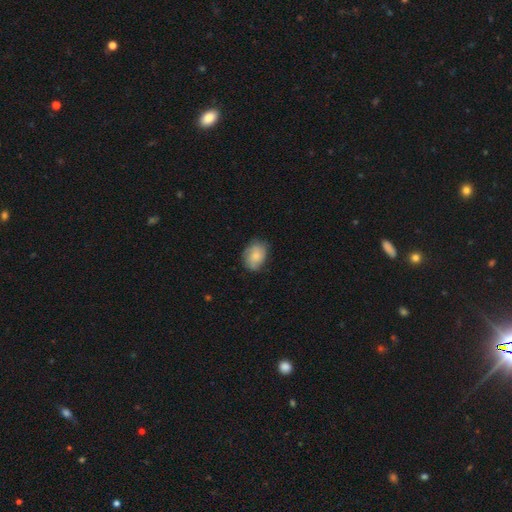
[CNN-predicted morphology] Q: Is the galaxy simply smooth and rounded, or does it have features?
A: smooth — 70%.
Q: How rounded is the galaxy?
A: in between — 70%.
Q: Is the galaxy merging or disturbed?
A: none — 70%.